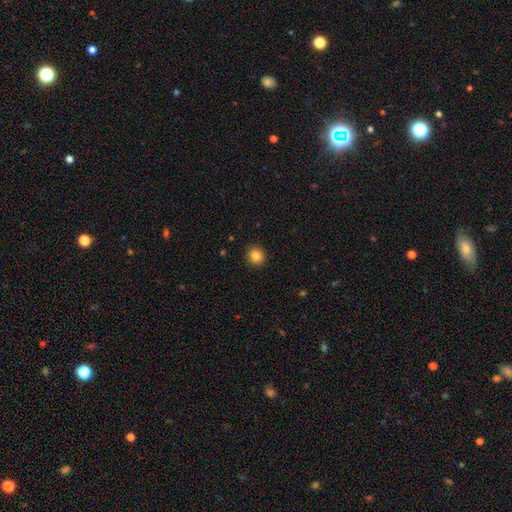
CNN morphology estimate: smooth 86%, star or artifact 10%, featured or disk 4%. Down the decision tree: how rounded — round (88%); merging — none (92%).